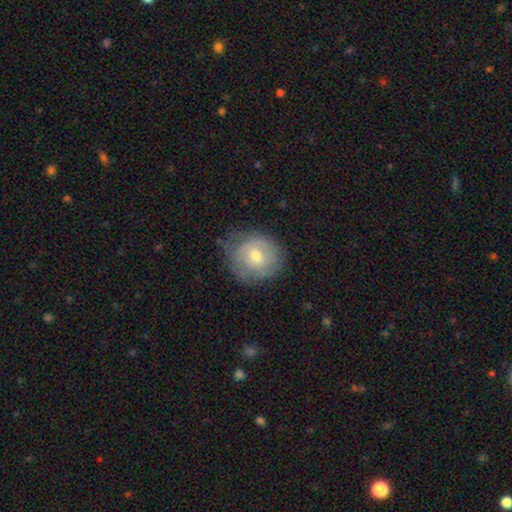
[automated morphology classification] A featured or disk galaxy (46%, tied with smooth). Merging: none (64%).